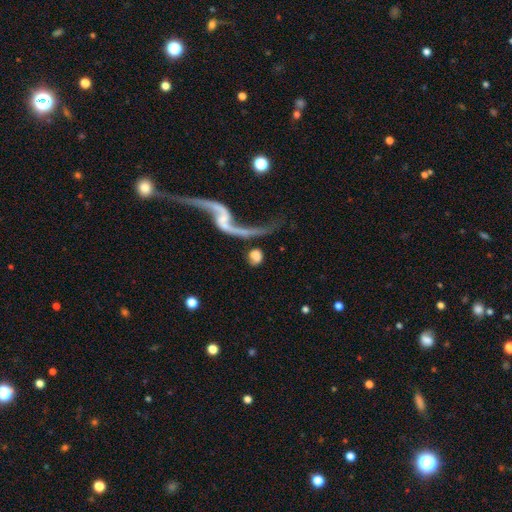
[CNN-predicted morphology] Overall: featured or disk (49%; smooth 42%). Merging: none (52%; merger 21%).